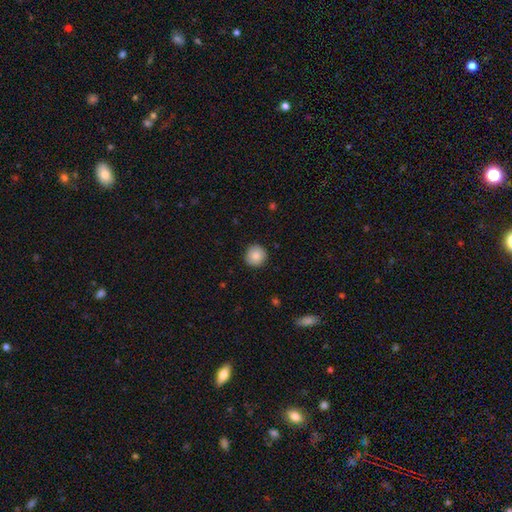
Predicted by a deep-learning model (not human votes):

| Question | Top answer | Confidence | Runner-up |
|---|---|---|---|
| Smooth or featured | smooth | 87% | star or artifact (8%) |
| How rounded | round | 94% | in between (5%) |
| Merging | none | 91% | minor disturbance (6%) |